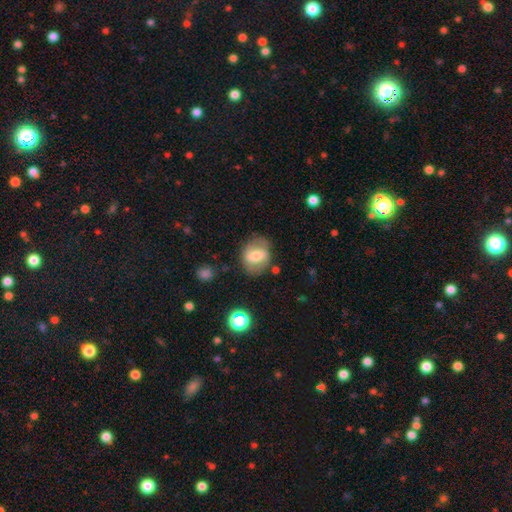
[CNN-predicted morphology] Smooth or featured? Predicted: smooth (p=0.52). How rounded? Predicted: in between (p=0.52). Merging? Predicted: none (p=0.71).